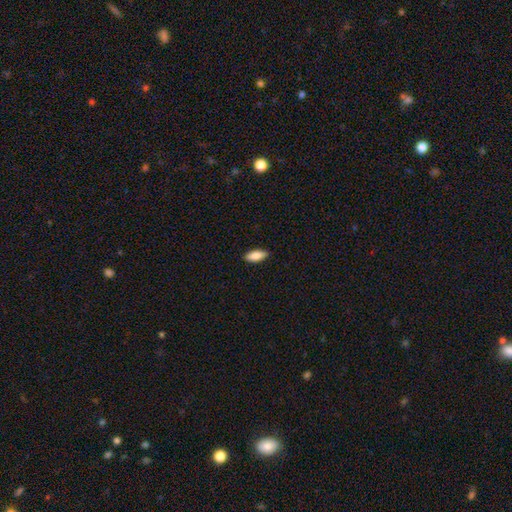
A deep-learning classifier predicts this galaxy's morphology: smooth-or-featured: smooth: 86% | featured or disk: 8% | star or artifact: 6%
  how-rounded: in between: 84% | cigar-shaped: 14% | round: 2%
  merging: none: 89% | minor disturbance: 8% | major disturbance: 2% | merger: 1%